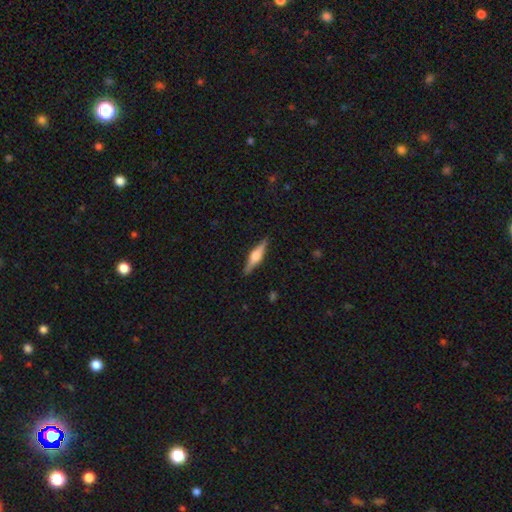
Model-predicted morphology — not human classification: This is likely a featured or disk galaxy (63%). It is clearly viewed edge-on (97%). Edge-on bulge: clearly rounded (84%). Merging: clearly none (89%).